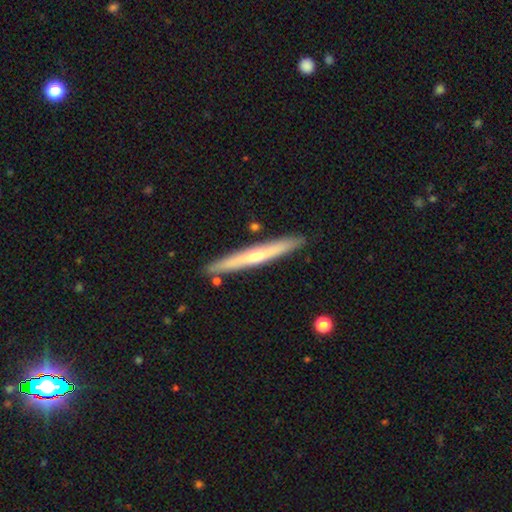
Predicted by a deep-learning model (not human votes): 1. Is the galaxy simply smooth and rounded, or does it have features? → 62% featured or disk, 31% smooth, 7% star or artifact.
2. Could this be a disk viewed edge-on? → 95% yes, 5% no.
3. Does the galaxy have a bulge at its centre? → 69% rounded, 28% none, 3% boxy.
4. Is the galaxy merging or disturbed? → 88% none, 8% minor disturbance, 2% merger, 1% major disturbance.